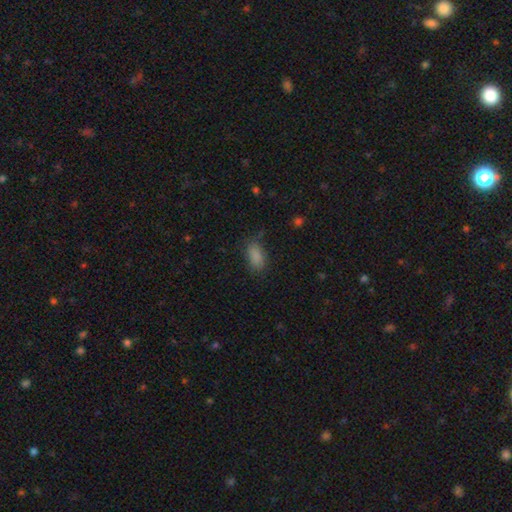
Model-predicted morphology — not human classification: smooth 86%, star or artifact 9%, featured or disk 4%. Down the decision tree: how rounded — in between (91%); merging — none (76%).